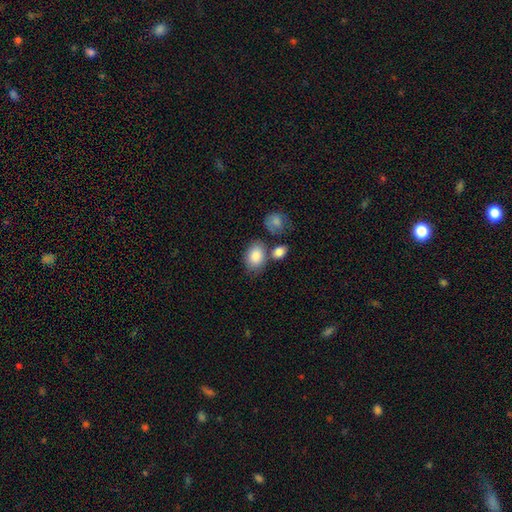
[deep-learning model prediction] Smooth or featured: smooth — 85% (featured or disk — 8%)
How rounded: in between — 78% (round — 21%)
Merging: none — 60% (merger — 19%)